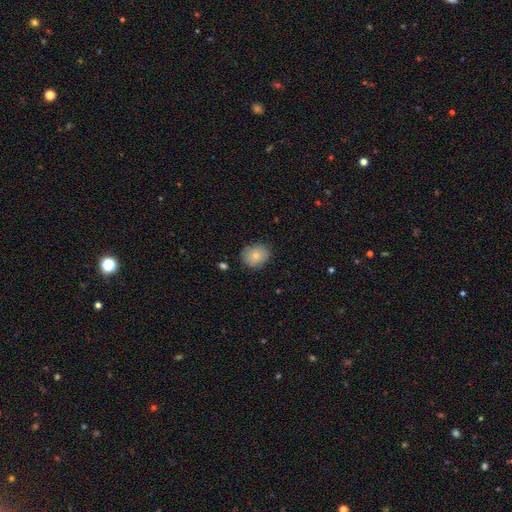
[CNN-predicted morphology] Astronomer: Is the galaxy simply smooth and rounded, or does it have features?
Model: smooth — 82%.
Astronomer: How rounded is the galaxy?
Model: round — 65%.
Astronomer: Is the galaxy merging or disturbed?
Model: none — 83%.